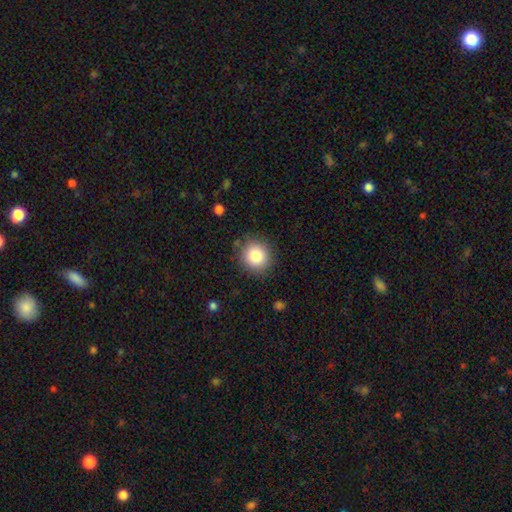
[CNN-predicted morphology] Overall: smooth (84%). How rounded: round (90%). Merging: none (87%).